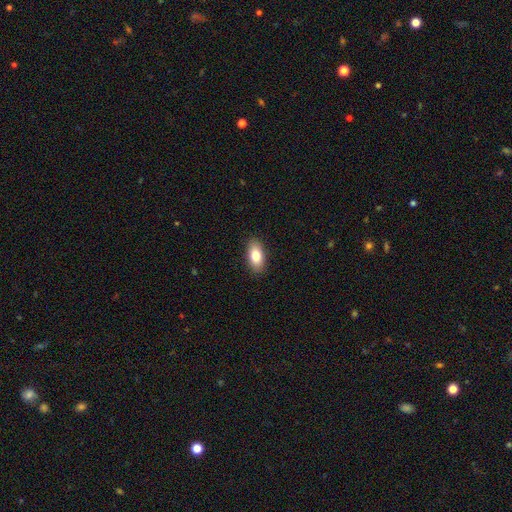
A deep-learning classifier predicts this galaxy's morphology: Smooth or featured?
  - smooth: 82% *
  - featured or disk: 11%
  - star or artifact: 7%
How rounded?
  - in between: 91% *
  - cigar-shaped: 5%
  - round: 4%
Merging?
  - none: 89% *
  - minor disturbance: 8%
  - major disturbance: 2%
  - merger: 1%